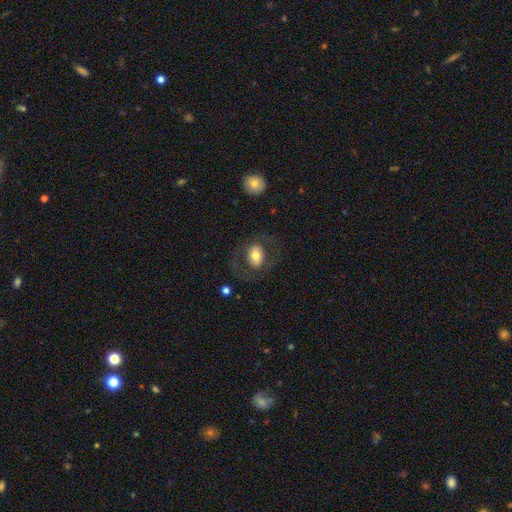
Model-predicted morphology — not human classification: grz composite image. It shows a smooth galaxy with no disk features (59%) that is in between round and cigar-shaped (59%). Merging: none (73%).